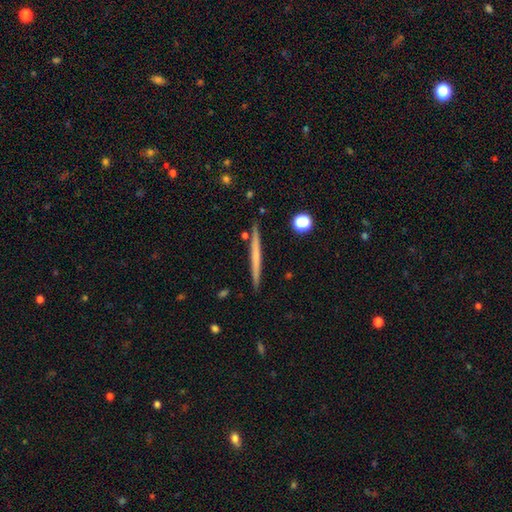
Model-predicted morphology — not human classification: The model was most divided on "smooth or featured": featured or disk: 48%, smooth: 46%, star or artifact: 5%. More confident: merging — none (91%).